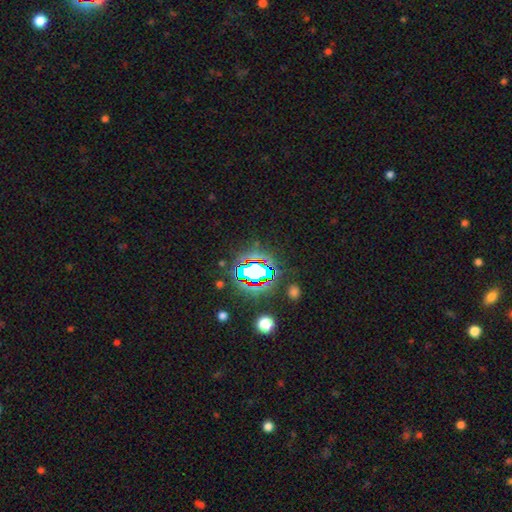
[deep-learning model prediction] Overall: star or artifact (80%).